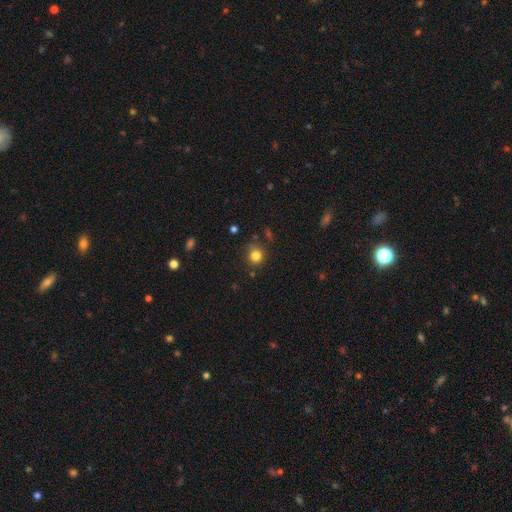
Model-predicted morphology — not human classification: smooth 81%, star or artifact 13%, featured or disk 6%. Down the decision tree: how rounded — round (88%); merging — none (78%).